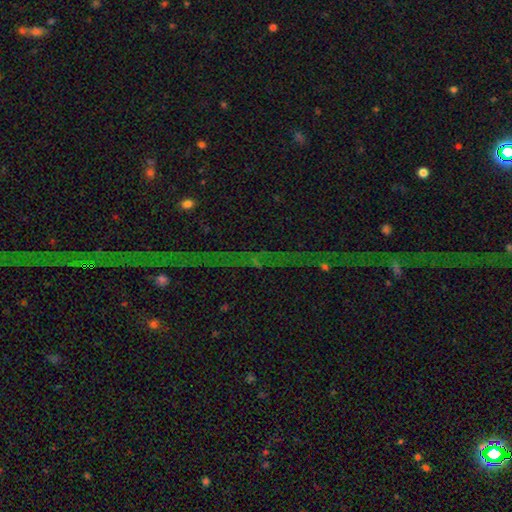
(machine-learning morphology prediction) smooth-or-featured: star or artifact: 78% | featured or disk: 13% | smooth: 9%